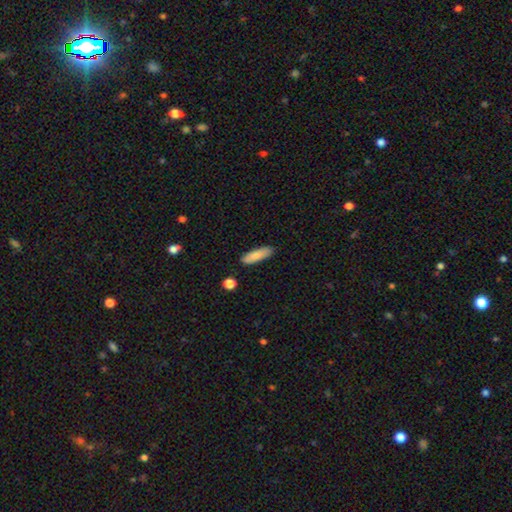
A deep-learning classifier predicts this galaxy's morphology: This is clearly a smooth galaxy (84%). How rounded: possibly cigar-shaped (51%). Merging: clearly none (86%).